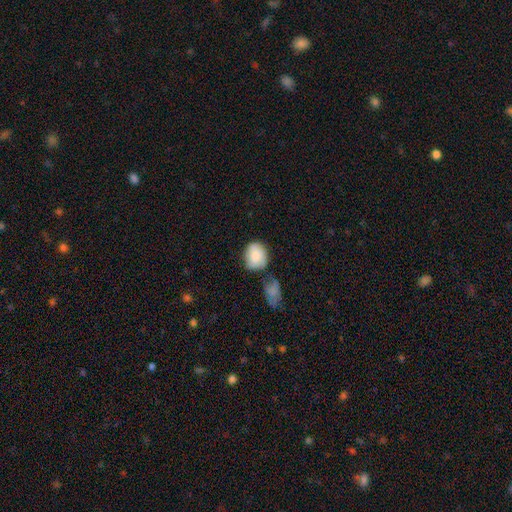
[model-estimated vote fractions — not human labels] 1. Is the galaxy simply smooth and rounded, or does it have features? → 79% smooth, 14% featured or disk, 7% star or artifact.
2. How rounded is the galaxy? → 55% round, 44% in between, 1% cigar-shaped.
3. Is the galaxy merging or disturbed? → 46% none, 27% minor disturbance, 18% merger, 9% major disturbance.